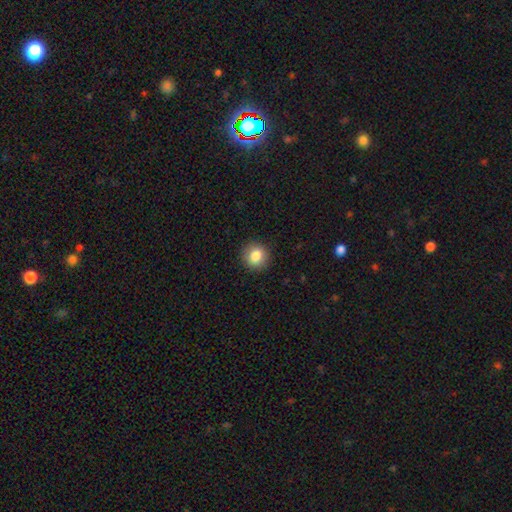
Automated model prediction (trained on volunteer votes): Morphology: type=smooth (85%); roundness=round (89%); merging=none (90%).